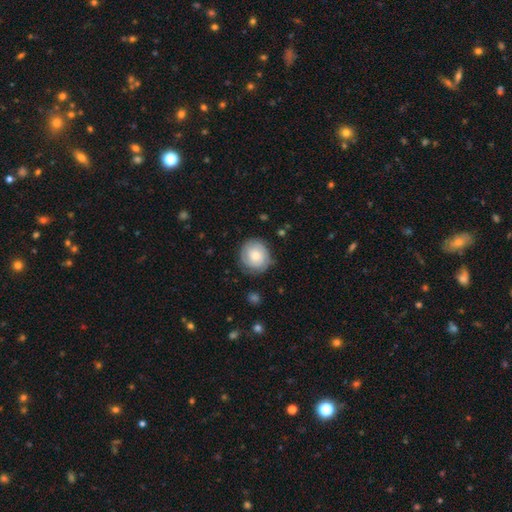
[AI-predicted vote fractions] Overall: smooth (54%; featured or disk 39%). How rounded: round (83%). Merging: none (75%).